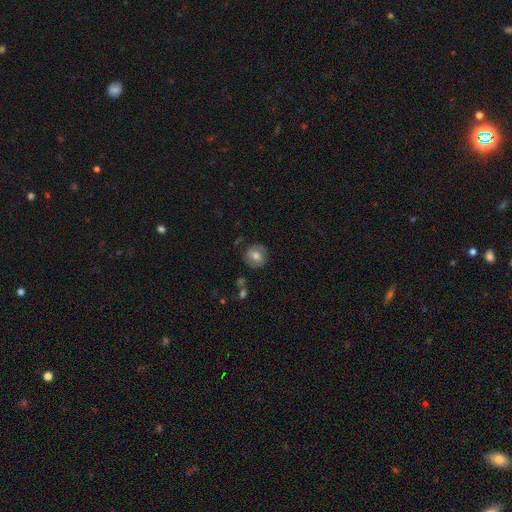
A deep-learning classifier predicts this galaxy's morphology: Smooth or featured? smooth (51%)
How rounded? round (87%)
Merging? none (81%)